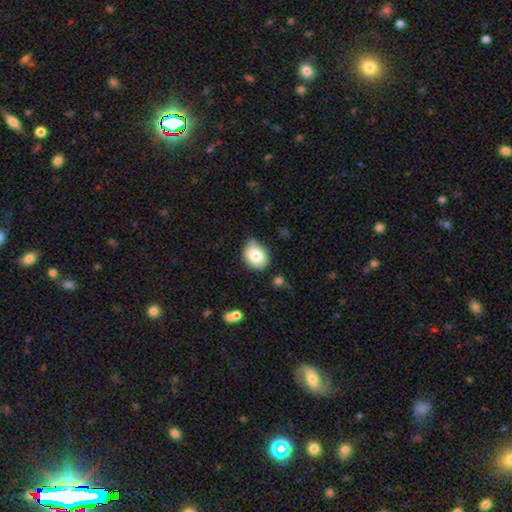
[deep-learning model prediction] The model was most divided on "how rounded": in between: 54%, round: 45%, cigar-shaped: 1%. More confident: smooth or featured — smooth (80%); merging — none (66%).